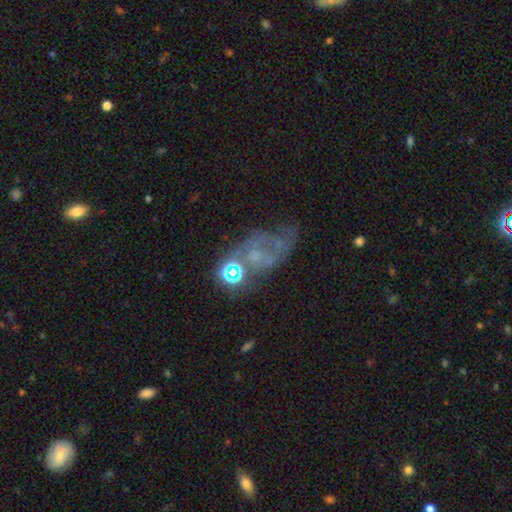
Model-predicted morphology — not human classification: This appears to be a featured or disk galaxy (47%). Merging: major disturbance (31%, tied with none).